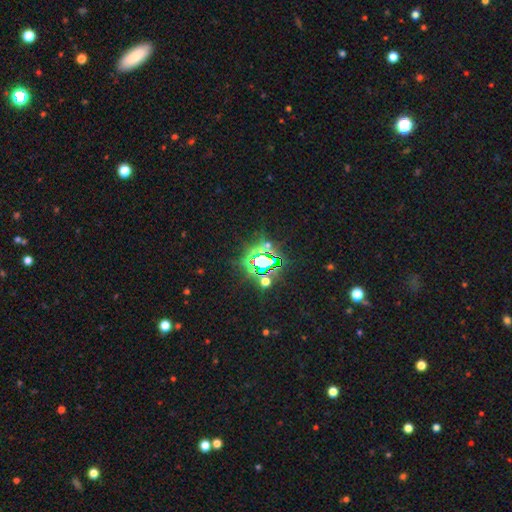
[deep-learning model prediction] The model was most divided on "smooth or featured": star or artifact: 80%, smooth: 12%, featured or disk: 8%.